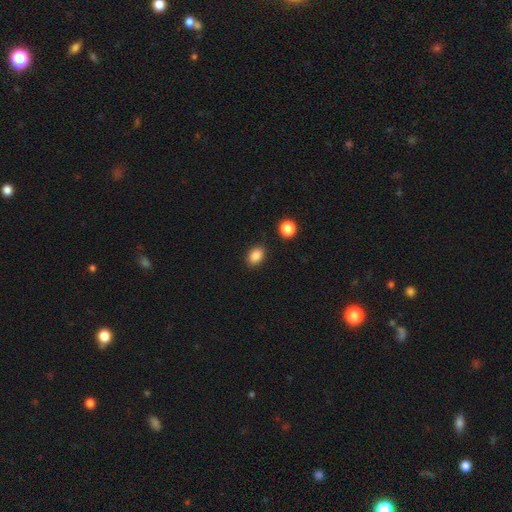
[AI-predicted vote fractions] smooth_or_featured: smooth (p=0.86) [alt: star or artifact p=0.10]
how_rounded: in between (p=0.74) [alt: round p=0.25]
merging: none (p=0.85) [alt: minor disturbance p=0.09]